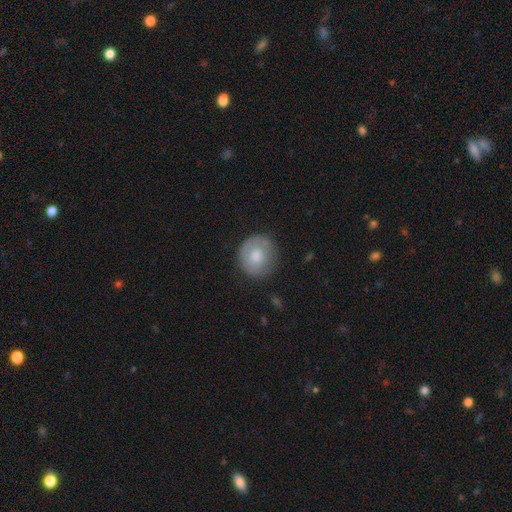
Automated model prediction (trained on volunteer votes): Smooth or featured: smooth — 71% (featured or disk — 23%)
How rounded: round — 85% (in between — 14%)
Merging: none — 75% (minor disturbance — 18%)